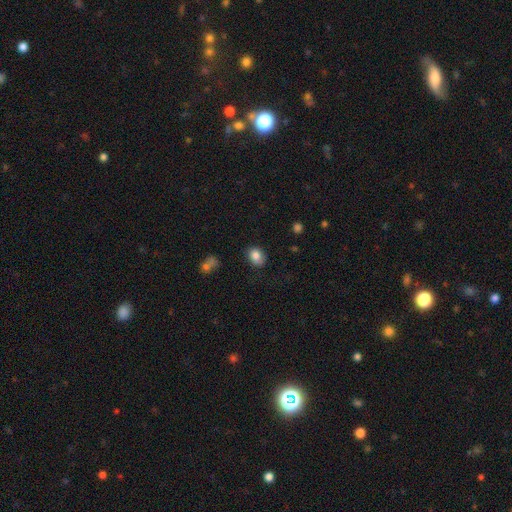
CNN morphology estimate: Smooth or featured?
  - smooth: 83% *
  - star or artifact: 9%
  - featured or disk: 8%
How rounded?
  - in between: 54% *
  - round: 45%
  - cigar-shaped: 1%
Merging?
  - none: 78% *
  - minor disturbance: 17%
  - major disturbance: 4%
  - merger: 2%